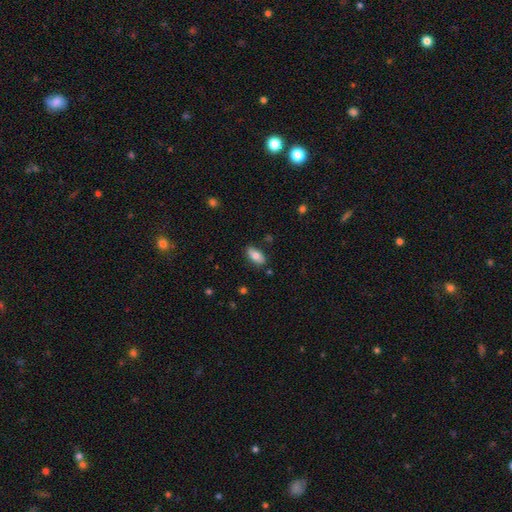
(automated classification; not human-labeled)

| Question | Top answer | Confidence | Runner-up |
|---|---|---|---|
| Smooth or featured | smooth | 74% | featured or disk (19%) |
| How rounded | in between | 87% | cigar-shaped (10%) |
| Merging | none | 83% | minor disturbance (12%) |